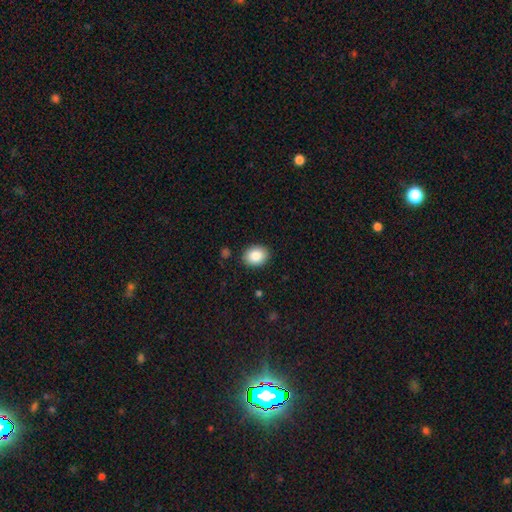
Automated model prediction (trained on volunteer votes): Morphology: type=smooth (86%); roundness=in between (54%); merging=none (88%).